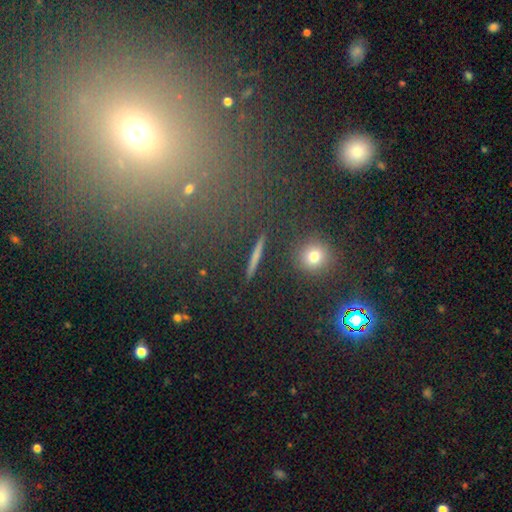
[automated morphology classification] This appears to be a smooth galaxy with no disk features (47%). Merging: none (91%).